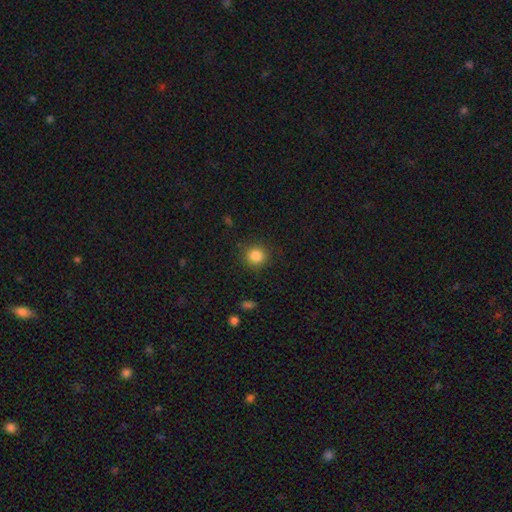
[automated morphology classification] The model was most divided on "smooth or featured": smooth: 85%, star or artifact: 11%, featured or disk: 4%. More confident: how rounded — round (91%); merging — none (89%).